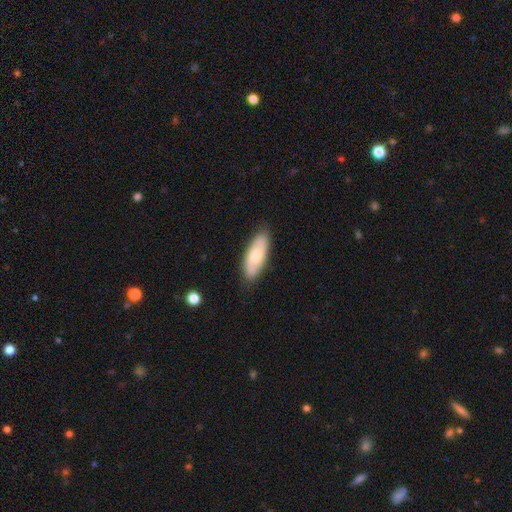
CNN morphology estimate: Smooth or featured: smooth — 64% (featured or disk — 30%)
How rounded: in between — 72% (cigar-shaped — 26%)
Merging: none — 84% (minor disturbance — 13%)